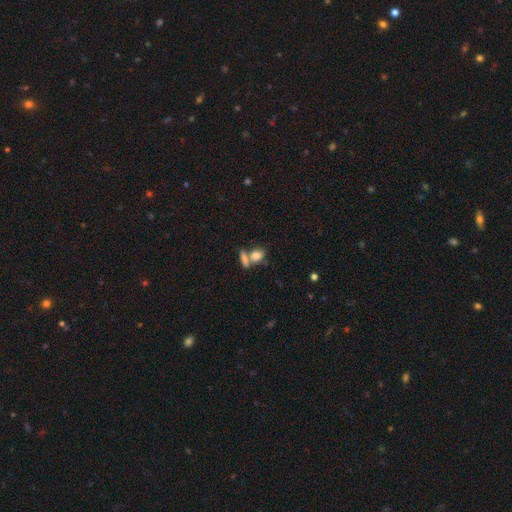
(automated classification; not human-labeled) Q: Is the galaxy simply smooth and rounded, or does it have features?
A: smooth — 79%.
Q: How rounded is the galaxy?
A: in between — 66%.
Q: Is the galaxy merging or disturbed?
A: merger — 45%.